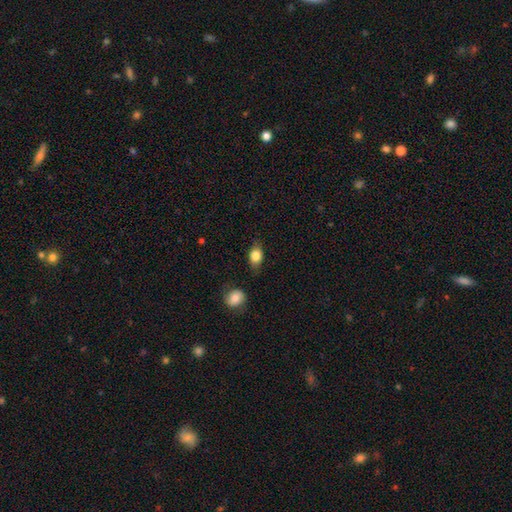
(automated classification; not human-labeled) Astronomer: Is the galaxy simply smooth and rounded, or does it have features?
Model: smooth — 82%.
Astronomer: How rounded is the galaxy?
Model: in between — 75%.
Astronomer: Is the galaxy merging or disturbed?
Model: none — 77%.